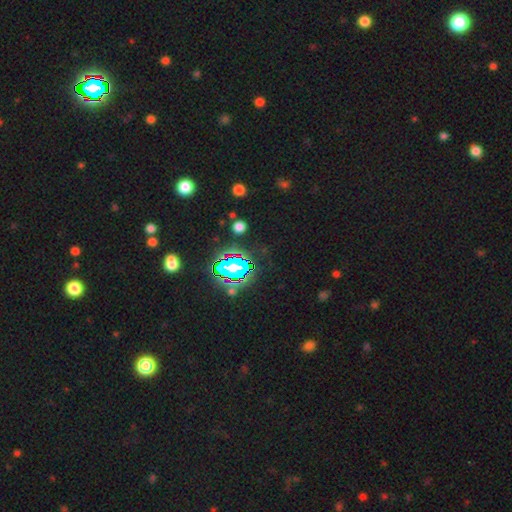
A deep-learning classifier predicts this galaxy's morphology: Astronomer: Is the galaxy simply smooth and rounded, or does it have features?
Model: star or artifact — 81%.